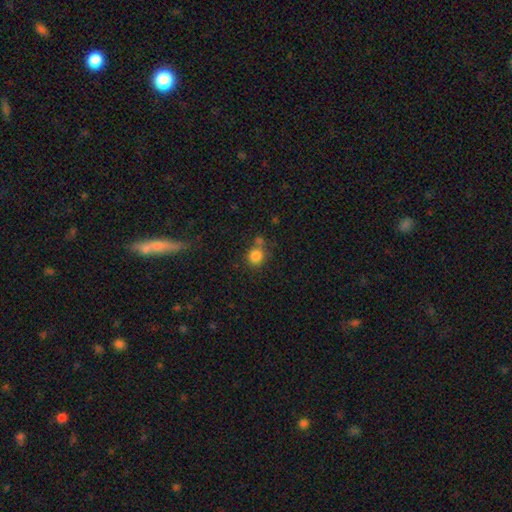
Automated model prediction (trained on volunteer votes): smooth_or_featured: smooth (p=0.83) [alt: star or artifact p=0.11]
how_rounded: round (p=0.83) [alt: in between p=0.16]
merging: none (p=0.60) [alt: merger p=0.22]